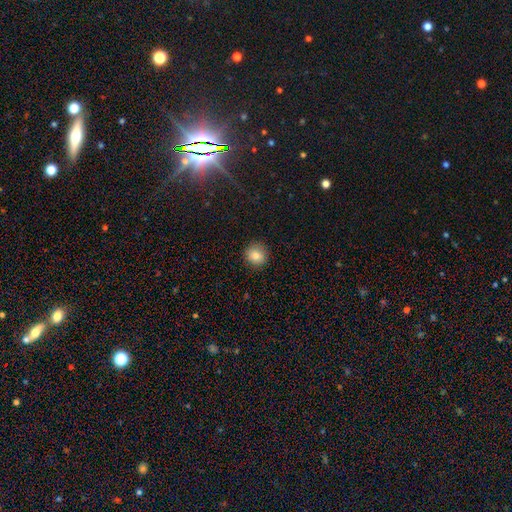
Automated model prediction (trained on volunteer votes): Smooth or featured? smooth (80%)
How rounded? round (92%)
Merging? none (90%)